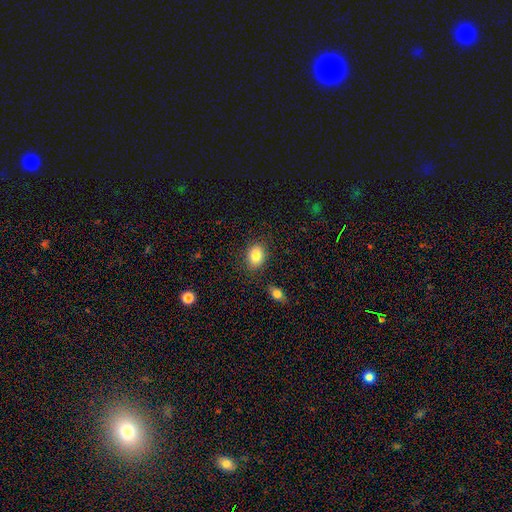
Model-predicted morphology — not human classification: Smooth or featured?
  - smooth: 84% *
  - star or artifact: 8%
  - featured or disk: 8%
How rounded?
  - in between: 64% *
  - round: 35%
  - cigar-shaped: 1%
Merging?
  - none: 84% *
  - minor disturbance: 10%
  - merger: 3%
  - major disturbance: 3%